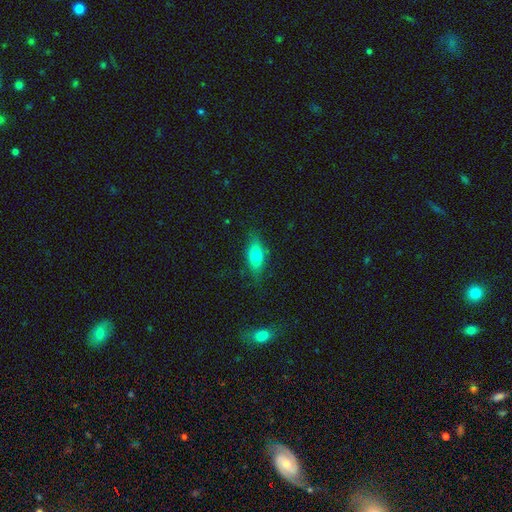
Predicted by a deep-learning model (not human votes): Smooth or featured?
  - smooth: 70% *
  - featured or disk: 21%
  - star or artifact: 8%
How rounded?
  - in between: 73% *
  - cigar-shaped: 23%
  - round: 4%
Merging?
  - none: 79% *
  - minor disturbance: 16%
  - major disturbance: 4%
  - merger: 2%